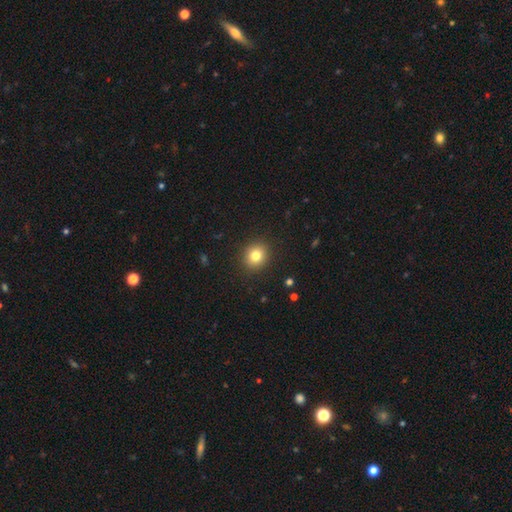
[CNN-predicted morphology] Smooth or featured?
  - smooth: 81% *
  - star or artifact: 12%
  - featured or disk: 8%
How rounded?
  - round: 83% *
  - in between: 16%
  - cigar-shaped: 1%
Merging?
  - none: 91% *
  - minor disturbance: 6%
  - major disturbance: 2%
  - merger: 1%